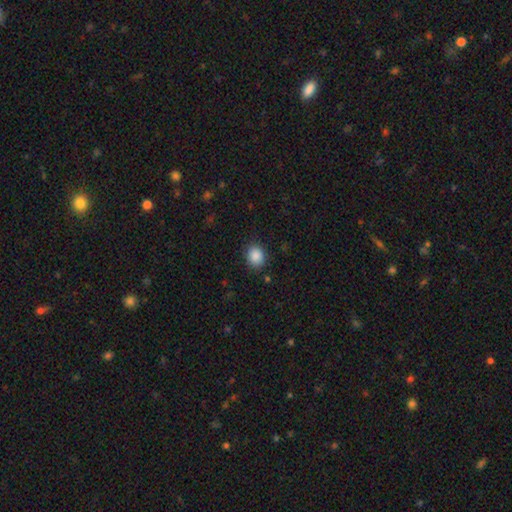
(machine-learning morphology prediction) smooth-or-featured: smooth: 88% | star or artifact: 9% | featured or disk: 3%
  how-rounded: round: 70% | in between: 29% | cigar-shaped: 1%
  merging: none: 88% | minor disturbance: 9% | major disturbance: 3% | merger: 1%